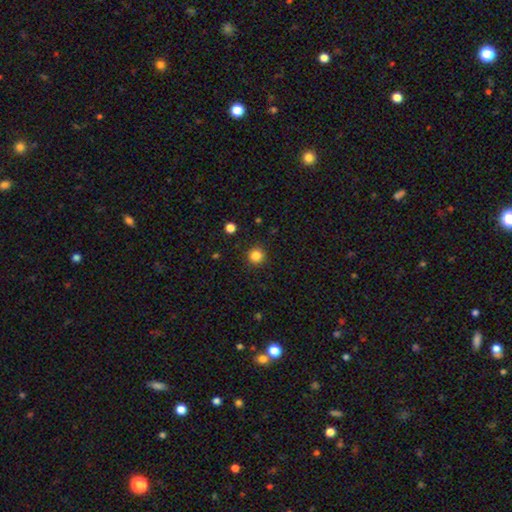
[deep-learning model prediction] smooth 83%, star or artifact 12%, featured or disk 4%. Down the decision tree: how rounded — round (94%); merging — none (91%).